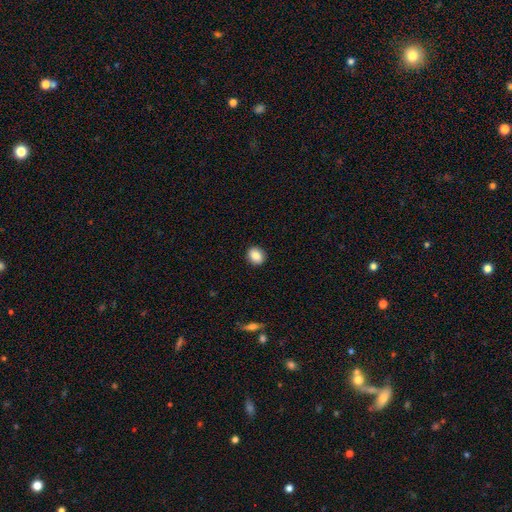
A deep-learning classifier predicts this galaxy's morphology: smooth-or-featured: smooth: 85% | star or artifact: 8% | featured or disk: 6%
  how-rounded: round: 71% | in between: 28% | cigar-shaped: 1%
  merging: none: 91% | minor disturbance: 6% | major disturbance: 2% | merger: 1%